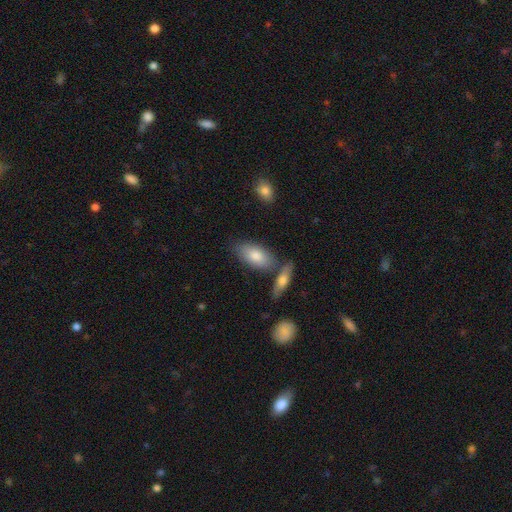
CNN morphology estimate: A smooth galaxy with no disk features (78%) that is in between round and cigar-shaped (89%). Merging: none (67%).